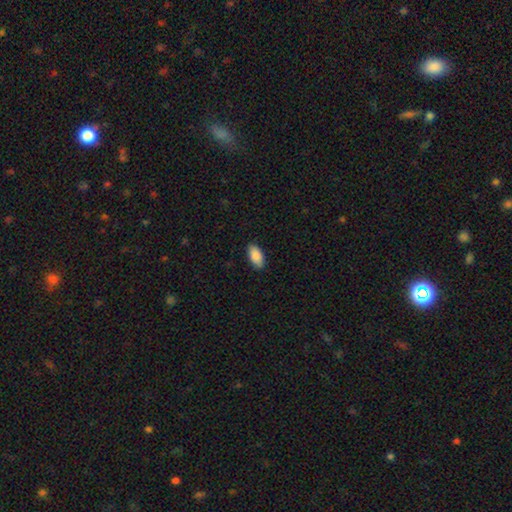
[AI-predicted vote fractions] A smooth galaxy with no disk features (89%) that is in between round and cigar-shaped (93%). Merging: none (89%).